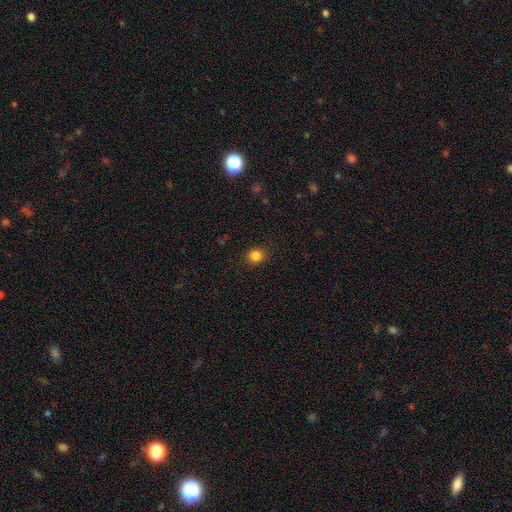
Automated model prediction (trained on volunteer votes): Morphology: type=smooth (84%); roundness=round (83%); merging=none (89%).